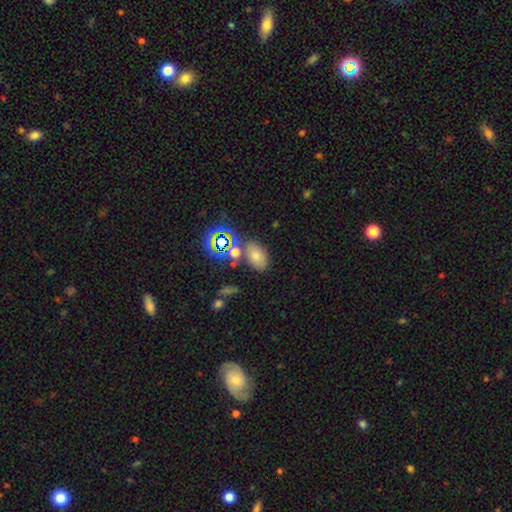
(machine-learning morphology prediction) Smooth or featured: smooth — 52% (star or artifact — 31%)
How rounded: in between — 77% (round — 21%)
Merging: none — 65% (merger — 15%)